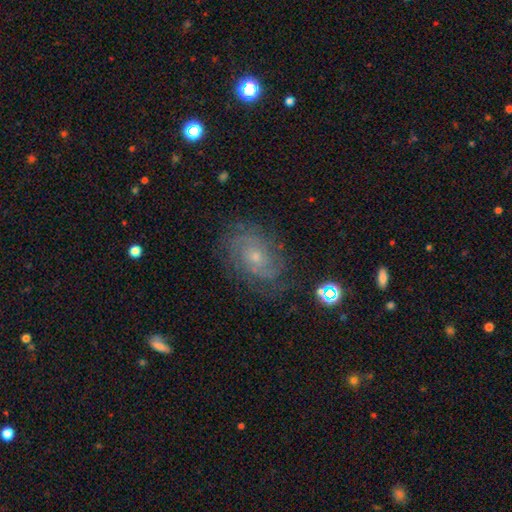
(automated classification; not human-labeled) A featured or disk galaxy (77%) with no bar (74%), 2 (36%) tight (60%) spiral arms (93%) and a small central bulge (64%).

Vote fractions:
- Smooth or featured? featured or disk: 77% / smooth: 13% / star or artifact: 10%
- Edge-on disk? no: 97% / yes: 3%
- Bar? no: 74% / weak: 23% / strong: 4%
- Spiral arms? yes: 93% / no: 7%
- Spiral winding? tight: 60% / medium: 31% / loose: 9%
- Spiral arm count? 2: 36% / can't tell: 34% / 3: 14% / 4: 6% / 1: 5% / more than 4: 5%
- Bulge size? small: 64% / moderate: 31% / none: 2% / large: 2% / dominant: 1%
- Merging? none: 76% / minor disturbance: 15% / major disturbance: 7% / merger: 1%